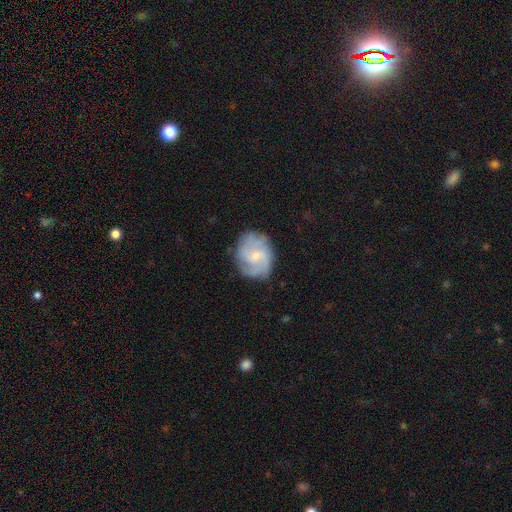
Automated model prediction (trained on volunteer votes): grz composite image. It shows a featured or disk galaxy (76%) with no bar (52%), 2 (31%) medium (46%) spiral arms (93%) and a small central bulge (65%). Merging: none (73%).